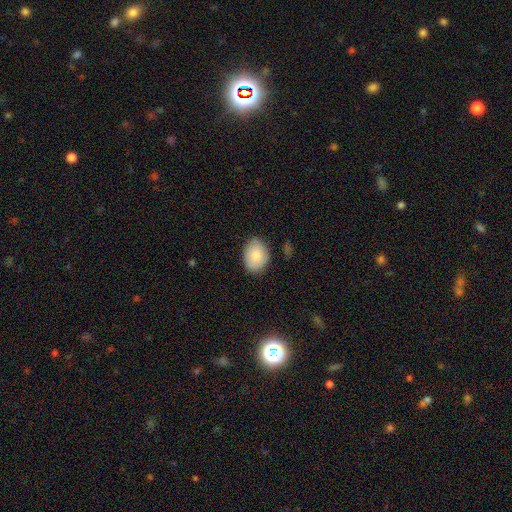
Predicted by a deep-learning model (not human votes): This is clearly a smooth galaxy (85%). How rounded: likely in between (72%). Merging: clearly none (81%).